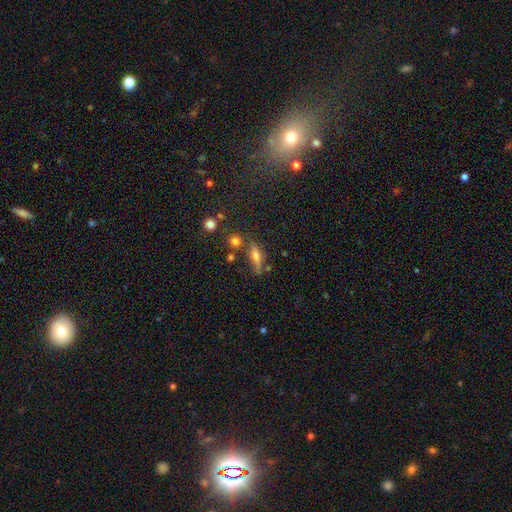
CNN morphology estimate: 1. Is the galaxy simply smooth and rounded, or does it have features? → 44% featured or disk, 41% smooth, 14% star or artifact.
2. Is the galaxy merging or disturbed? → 68% none, 16% minor disturbance, 10% merger, 6% major disturbance.